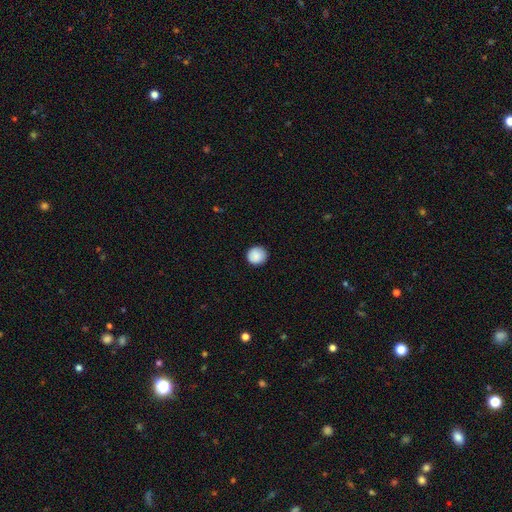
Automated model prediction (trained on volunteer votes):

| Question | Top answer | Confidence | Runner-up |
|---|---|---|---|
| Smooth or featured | smooth | 89% | star or artifact (8%) |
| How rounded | round | 94% | in between (5%) |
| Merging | none | 90% | minor disturbance (7%) |